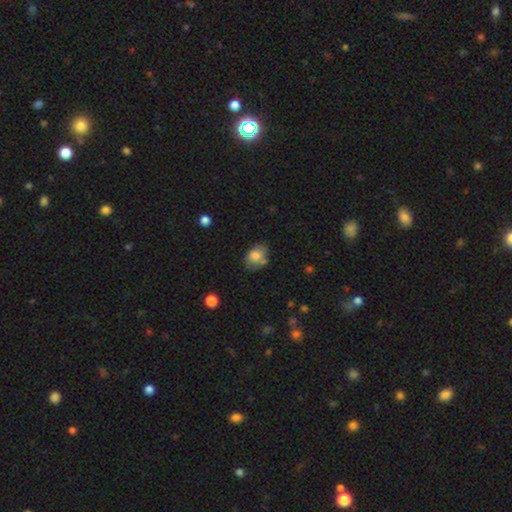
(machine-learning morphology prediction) Smooth or featured? smooth (76%)
How rounded? in between (73%)
Merging? none (54%)